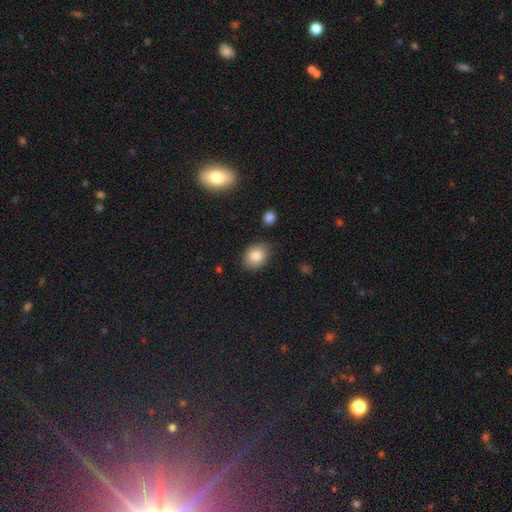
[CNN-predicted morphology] Smooth or featured? smooth (84%)
How rounded? in between (69%)
Merging? none (81%)